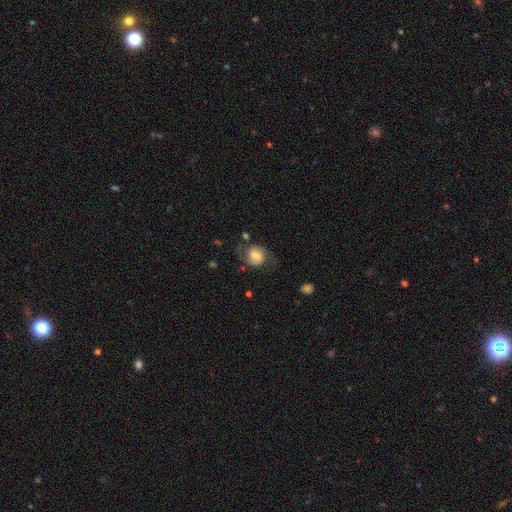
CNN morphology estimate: This appears to be a featured or disk galaxy (61%) with no bar (50%), 2 (88%) medium (48%) spiral arms (90%) and a moderate central bulge (51%). Merging: none (66%).